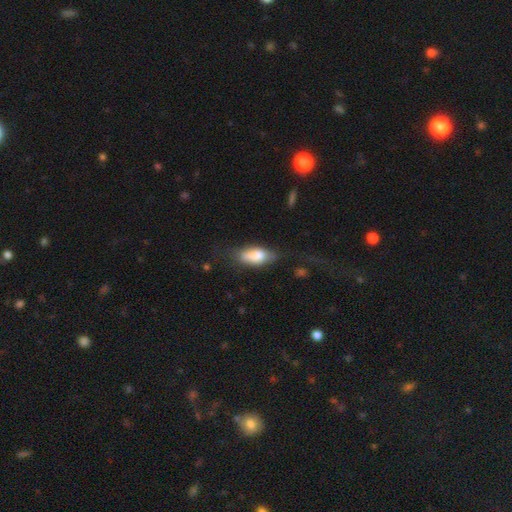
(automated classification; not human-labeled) Morphology: type=smooth (78%); roundness=in between (84%); merging=none (50%).